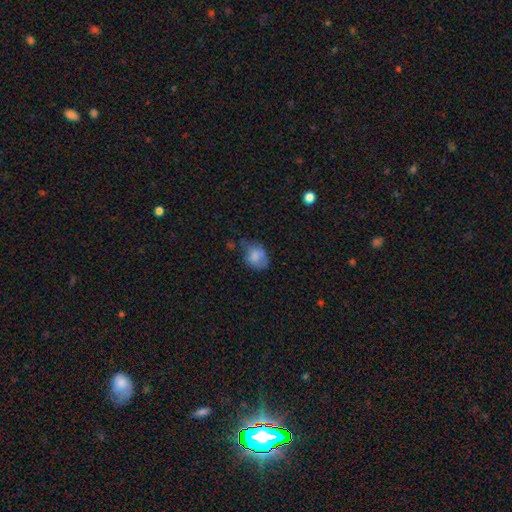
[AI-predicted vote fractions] Overall: smooth (74%). How rounded: in between (63%; round 36%). Merging: none (42%; minor disturbance 36%).